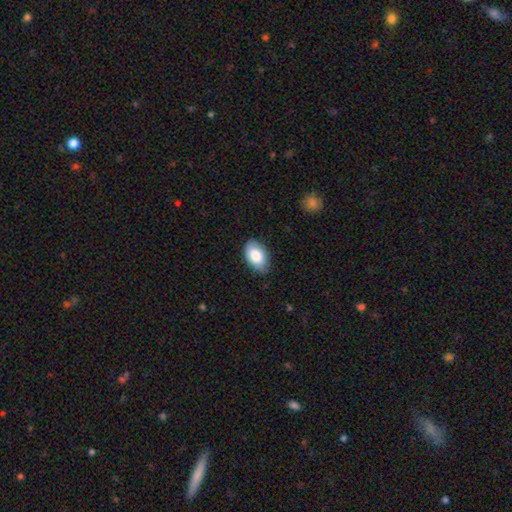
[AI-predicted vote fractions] Overall: smooth (82%). How rounded: in between (93%). Merging: none (78%).